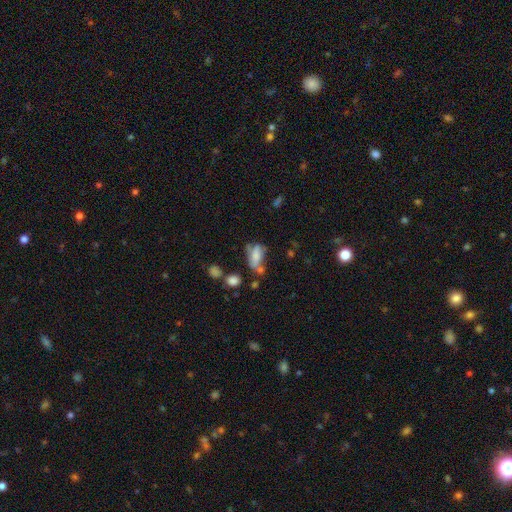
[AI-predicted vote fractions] smooth_or_featured: smooth (p=0.63) [alt: featured or disk p=0.26]
how_rounded: in between (p=0.84) [alt: cigar-shaped p=0.10]
merging: none (p=0.31) [alt: minor disturbance p=0.25]